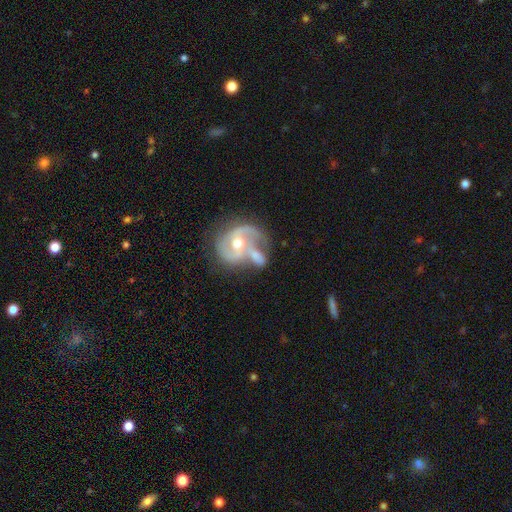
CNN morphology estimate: type=featured or disk (70%); edge-on=no (97%); bar=no (55%); spiral arms=yes (82%); winding=medium (48%); arm count=2 (69%); bulge=moderate (73%); merging=merger (52%).